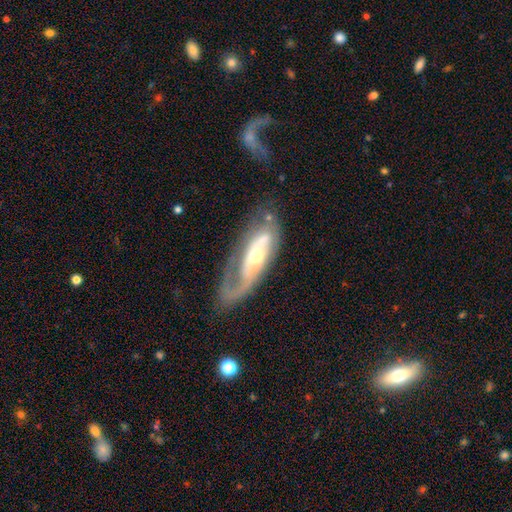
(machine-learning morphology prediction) The model was most divided on "spiral winding": medium: 39%, loose: 31%, tight: 30%. Remaining: edge-on disk — no (88%); spiral arms — yes (84%); smooth or featured — featured or disk (76%); bar — no (59%); bulge size — moderate (57%); merging — none (50%); spiral arm count — 1 (49%).